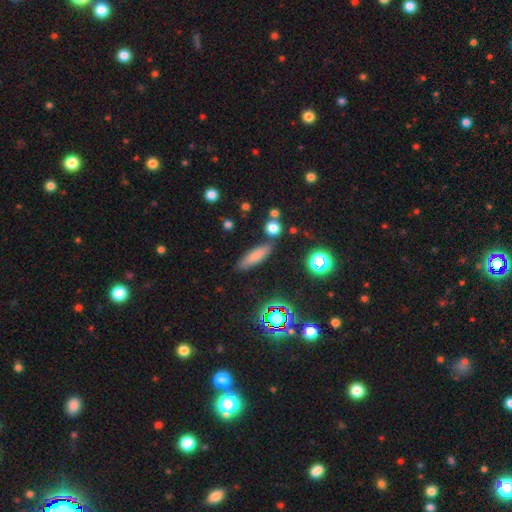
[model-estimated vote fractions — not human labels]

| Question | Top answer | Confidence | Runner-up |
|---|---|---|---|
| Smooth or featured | smooth | 72% | featured or disk (16%) |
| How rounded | cigar-shaped | 62% | in between (35%) |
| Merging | none | 80% | minor disturbance (11%) |